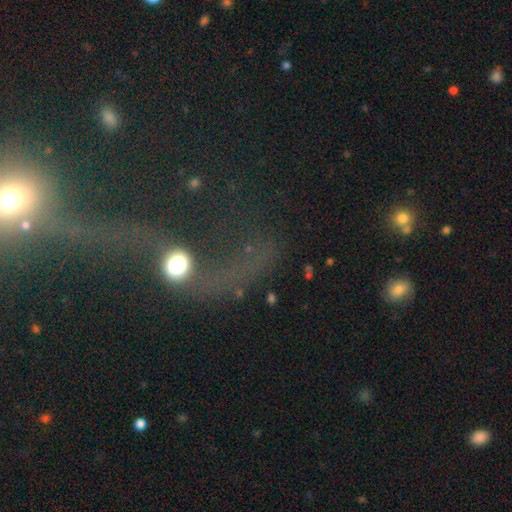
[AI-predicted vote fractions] Smooth or featured?
  - featured or disk: 39% *
  - star or artifact: 33%
  - smooth: 28%
Merging?
  - major disturbance: 33% *
  - none: 32%
  - merger: 24%
  - minor disturbance: 12%